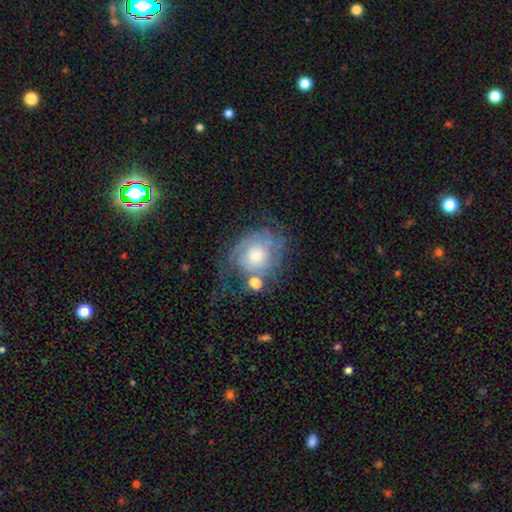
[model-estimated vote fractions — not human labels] This appears to be a featured or disk galaxy (66%) with no bar (81%), spiral arms (78%) and a moderate central bulge (53%). Merging: none (39%).